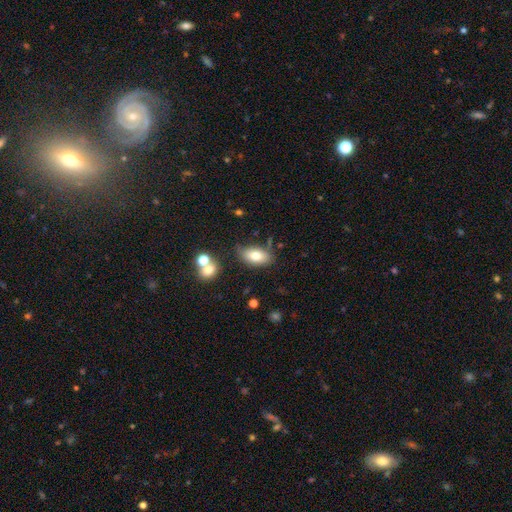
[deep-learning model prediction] smooth 77%, featured or disk 15%, star or artifact 9%. Down the decision tree: how rounded — in between (91%); merging — none (69%).